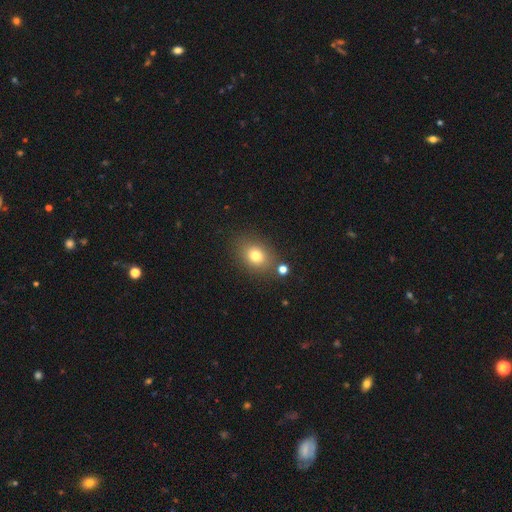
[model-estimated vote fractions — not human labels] Q: Smooth or featured?
A: smooth (77%); runner-up: star or artifact (13%)
Q: How rounded?
A: in between (54%); runner-up: round (45%)
Q: Merging?
A: none (79%); runner-up: minor disturbance (11%)